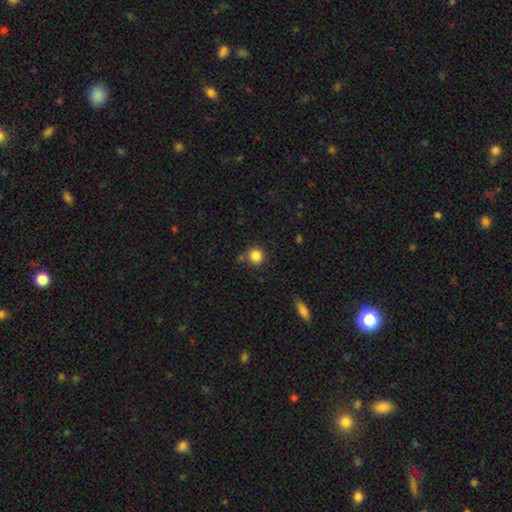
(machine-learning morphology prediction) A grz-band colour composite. It shows a smooth galaxy with no disk features (85%) that is round (92%). Merging: none (78%).